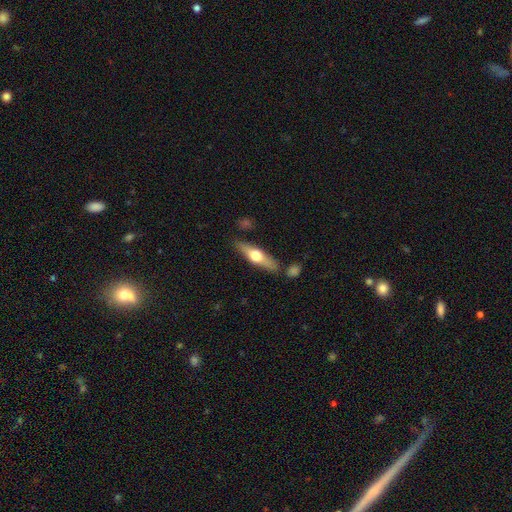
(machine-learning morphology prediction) Smooth or featured?
  - featured or disk: 56% *
  - smooth: 39%
  - star or artifact: 5%
Edge-on disk?
  - yes: 91% *
  - no: 9%
Edge-on bulge?
  - rounded: 95% *
  - boxy: 3%
  - none: 2%
Merging?
  - none: 82% *
  - minor disturbance: 11%
  - merger: 5%
  - major disturbance: 3%